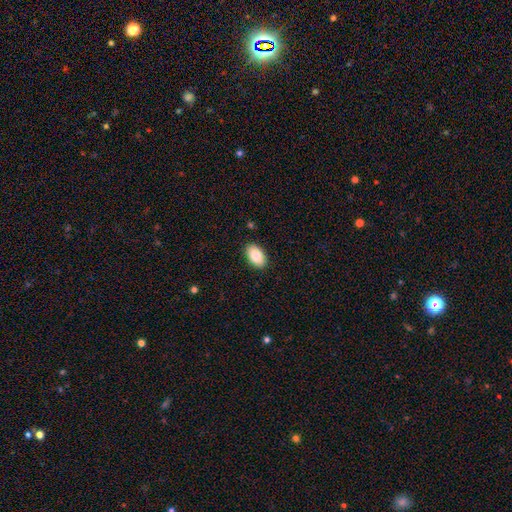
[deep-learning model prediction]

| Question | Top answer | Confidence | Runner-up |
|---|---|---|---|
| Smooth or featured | smooth | 84% | featured or disk (9%) |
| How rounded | in between | 93% | round (6%) |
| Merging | none | 89% | minor disturbance (8%) |